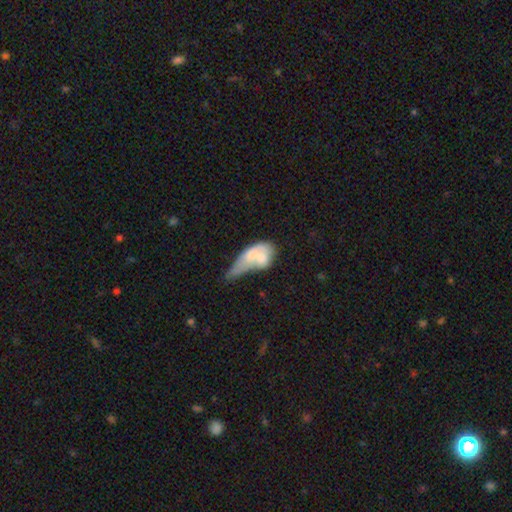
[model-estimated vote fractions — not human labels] smooth-or-featured: smooth: 58% | featured or disk: 34% | star or artifact: 8%
  how-rounded: in between: 76% | cigar-shaped: 12% | round: 12%
  merging: merger: 52% | major disturbance: 22% | minor disturbance: 15% | none: 12%